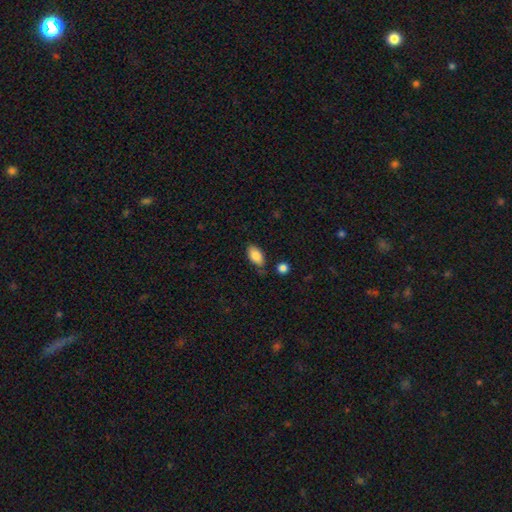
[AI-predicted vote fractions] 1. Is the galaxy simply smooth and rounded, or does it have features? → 86% smooth, 7% featured or disk, 7% star or artifact.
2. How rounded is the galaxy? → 93% in between, 4% round, 4% cigar-shaped.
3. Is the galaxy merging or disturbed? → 73% none, 18% minor disturbance, 5% merger, 4% major disturbance.